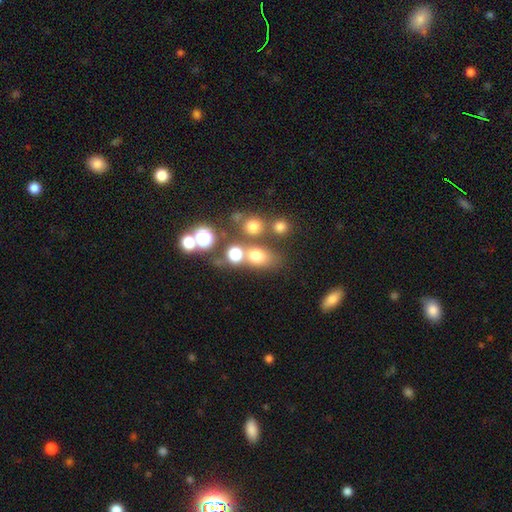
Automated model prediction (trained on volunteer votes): The model was most divided on "how rounded" (2-way tie): in between: 49%, round: 49%, cigar-shaped: 2%. More confident: smooth or featured — smooth (68%); merging — none (54%).